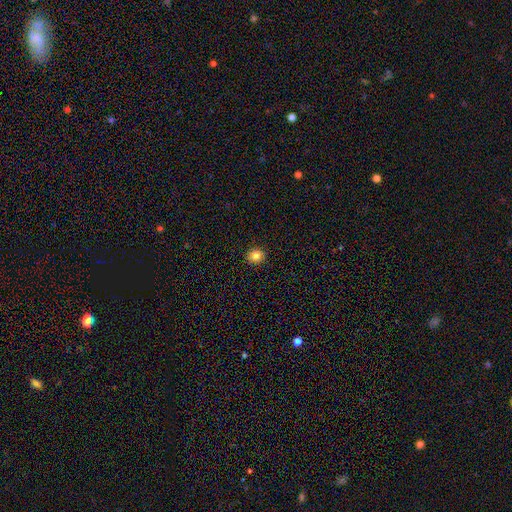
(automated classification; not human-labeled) Smooth or featured: smooth — 83% (star or artifact — 11%)
How rounded: round — 87% (in between — 12%)
Merging: none — 93% (minor disturbance — 5%)